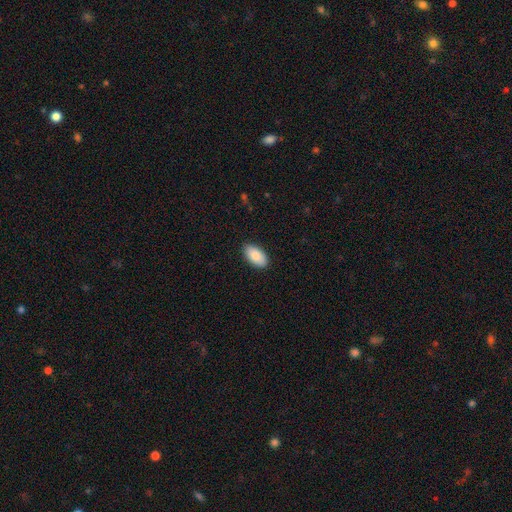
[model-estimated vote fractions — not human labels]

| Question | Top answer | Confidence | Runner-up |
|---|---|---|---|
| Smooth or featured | smooth | 86% | featured or disk (8%) |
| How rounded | in between | 95% | round (3%) |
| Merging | none | 89% | minor disturbance (8%) |